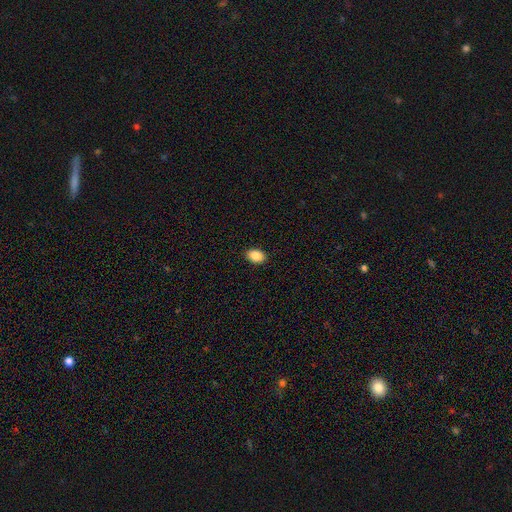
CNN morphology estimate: The model was most divided on "how rounded": in between: 82%, round: 17%, cigar-shaped: 1%. More confident: merging — none (91%); smooth or featured — smooth (87%).